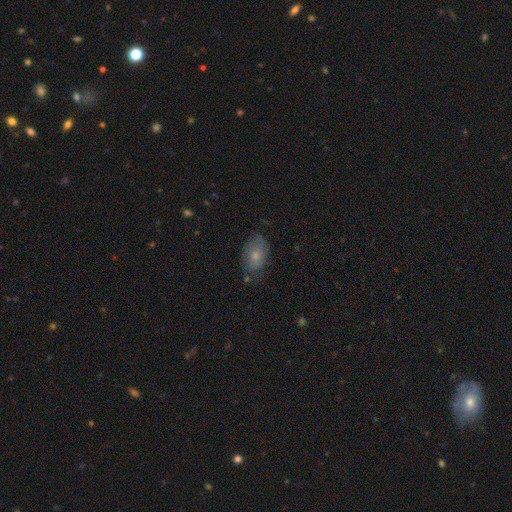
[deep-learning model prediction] smooth_or_featured: smooth (p=0.68) [alt: featured or disk p=0.23]
how_rounded: in between (p=0.88) [alt: round p=0.10]
merging: none (p=0.68) [alt: minor disturbance p=0.23]